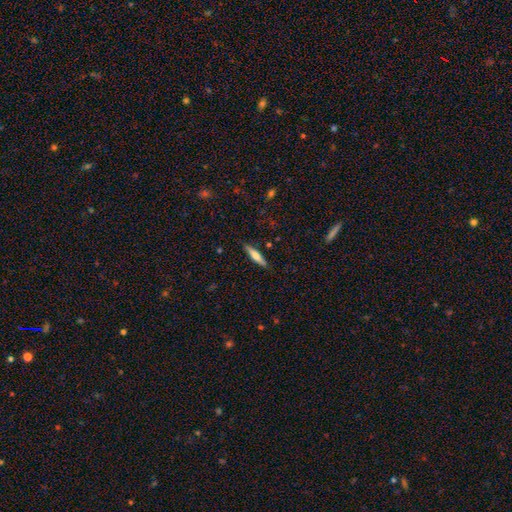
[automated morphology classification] A smooth galaxy with no disk features (53%) that is cigar-shaped (85%).

Vote fractions:
- Smooth or featured? smooth: 53% / featured or disk: 41% / star or artifact: 6%
- How rounded? cigar-shaped: 85% / in between: 13% / round: 2%
- Merging? none: 89% / minor disturbance: 8% / major disturbance: 2% / merger: 1%